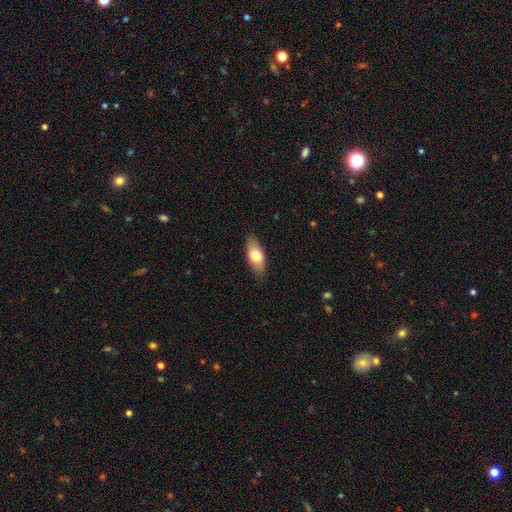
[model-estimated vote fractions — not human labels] This appears to be a smooth galaxy with no disk features (73%) that is in between round and cigar-shaped (85%). Merging: none (86%).